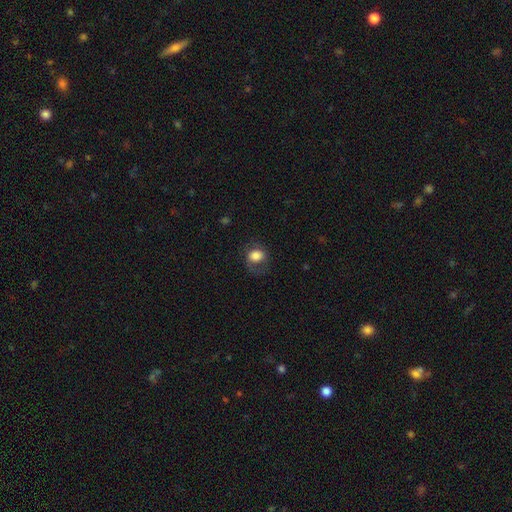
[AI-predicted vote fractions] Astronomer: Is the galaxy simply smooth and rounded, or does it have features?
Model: smooth — 75%.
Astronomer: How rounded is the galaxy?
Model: round — 51% (runner-up: in between, 48%).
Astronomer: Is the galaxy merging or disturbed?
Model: none — 57%.